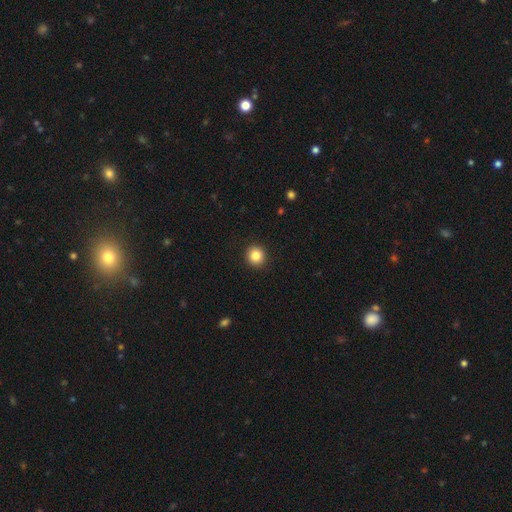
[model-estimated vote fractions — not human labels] smooth-or-featured: smooth: 85% | star or artifact: 10% | featured or disk: 5%
  how-rounded: round: 92% | in between: 7% | cigar-shaped: 1%
  merging: none: 92% | minor disturbance: 5% | major disturbance: 2% | merger: 1%